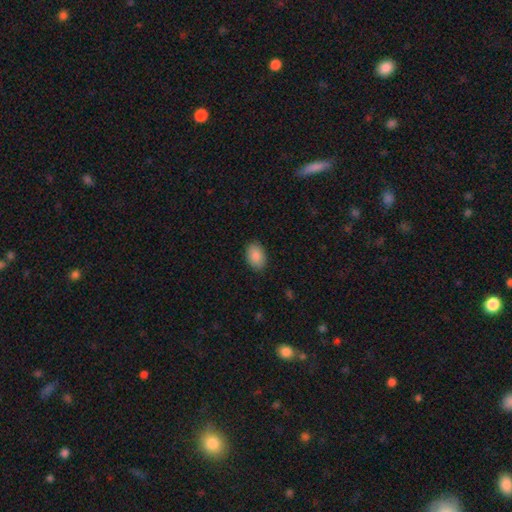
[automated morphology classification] Q: Smooth or featured?
A: smooth (89%); runner-up: star or artifact (7%)
Q: How rounded?
A: in between (86%); runner-up: round (13%)
Q: Merging?
A: none (88%); runner-up: minor disturbance (9%)